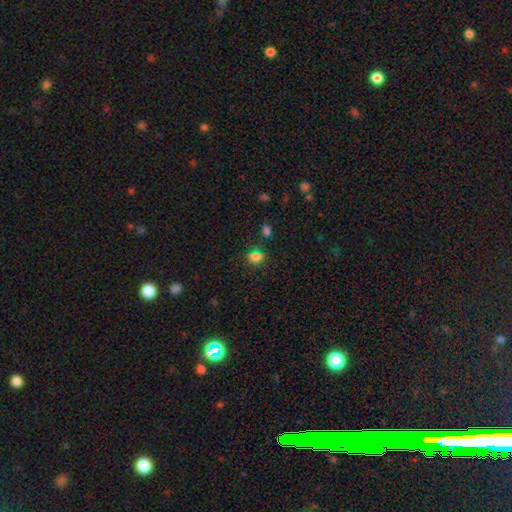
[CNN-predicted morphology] smooth-or-featured: smooth: 72% | star or artifact: 23% | featured or disk: 5%
  how-rounded: round: 60% | in between: 39% | cigar-shaped: 2%
  merging: none: 79% | minor disturbance: 12% | merger: 5% | major disturbance: 4%